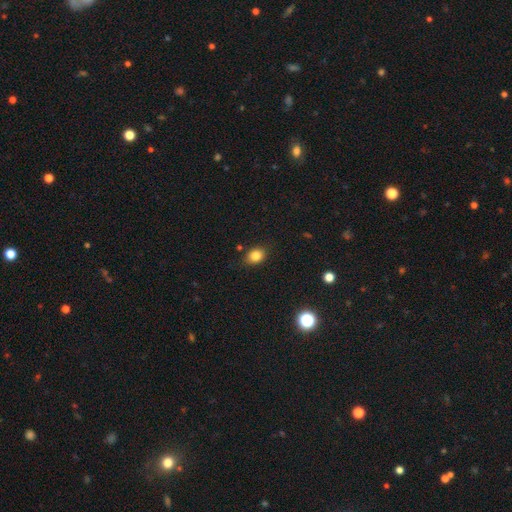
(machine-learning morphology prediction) smooth 83%, star or artifact 11%, featured or disk 6%. Down the decision tree: how rounded — in between (57%); merging — none (83%).